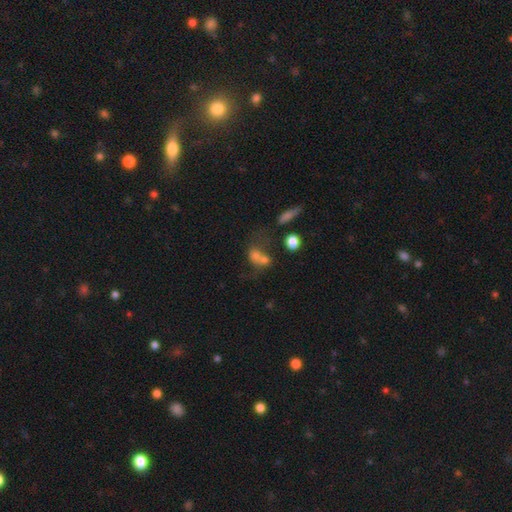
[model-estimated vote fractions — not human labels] Morphology: type=smooth (62%); roundness=in between (49%); merging=merger (58%).